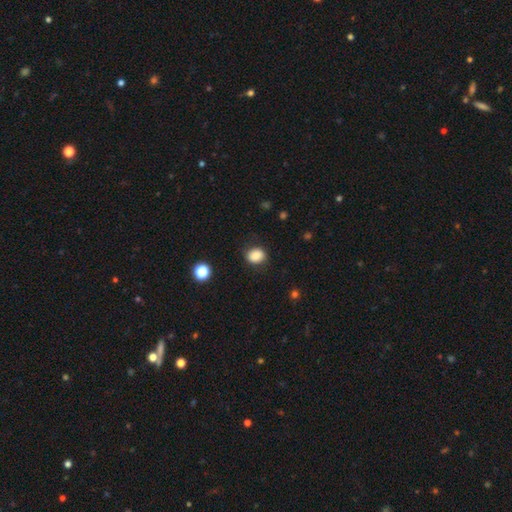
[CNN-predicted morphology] smooth-or-featured: smooth: 84% | star or artifact: 10% | featured or disk: 6%
  how-rounded: round: 60% | in between: 39% | cigar-shaped: 1%
  merging: none: 84% | minor disturbance: 11% | major disturbance: 3% | merger: 1%